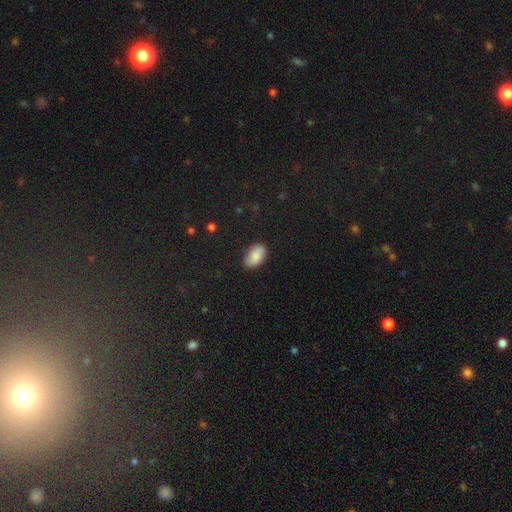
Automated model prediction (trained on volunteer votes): Overall: smooth (86%). How rounded: in between (93%). Merging: none (82%).